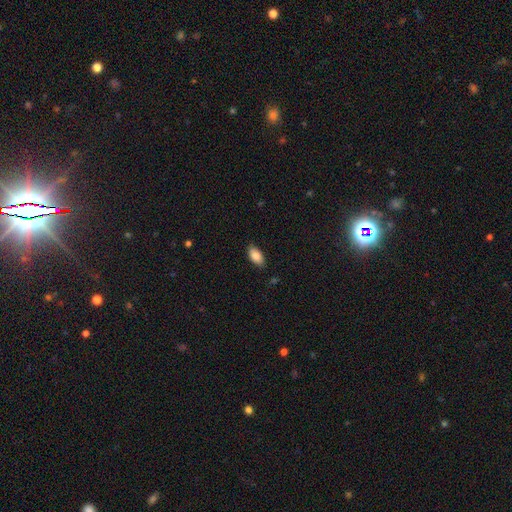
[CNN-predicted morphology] This appears to be a smooth galaxy with no disk features (85%) that is in between round and cigar-shaped (92%). Merging: none (86%).